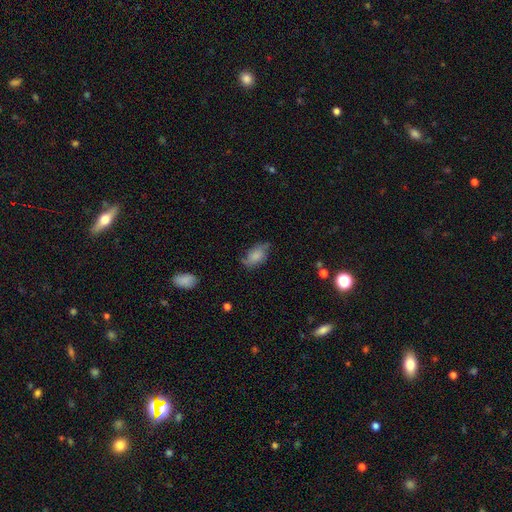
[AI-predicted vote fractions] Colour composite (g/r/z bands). It shows a smooth galaxy with no disk features (64%) that is in between round and cigar-shaped (90%). Merging: none (59%).